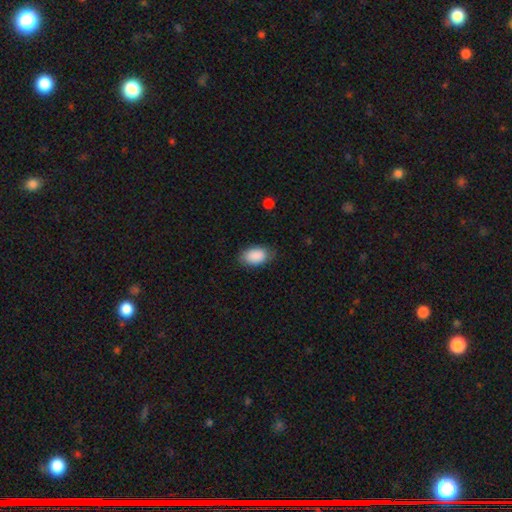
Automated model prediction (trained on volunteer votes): Smooth or featured? smooth (89%)
How rounded? in between (92%)
Merging? none (77%)